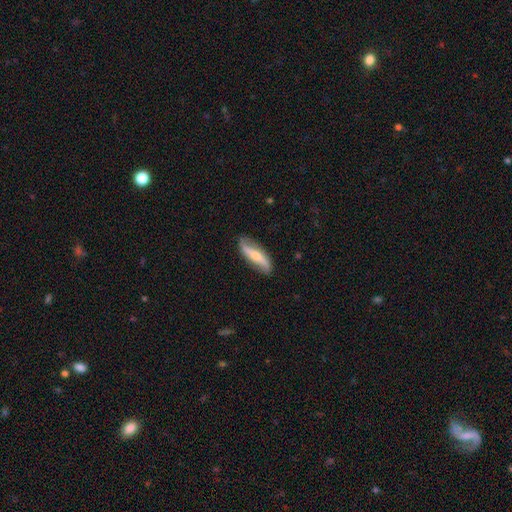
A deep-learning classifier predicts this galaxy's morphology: Smooth or featured: featured or disk — 67% (smooth — 27%)
Edge-on disk: no — 76% (yes — 24%)
Bar: strong — 36% (no — 35%)
Spiral arms: yes — 89% (no — 11%)
Bulge size: small — 45% (moderate — 39%)
Merging: none — 80% (minor disturbance — 15%)